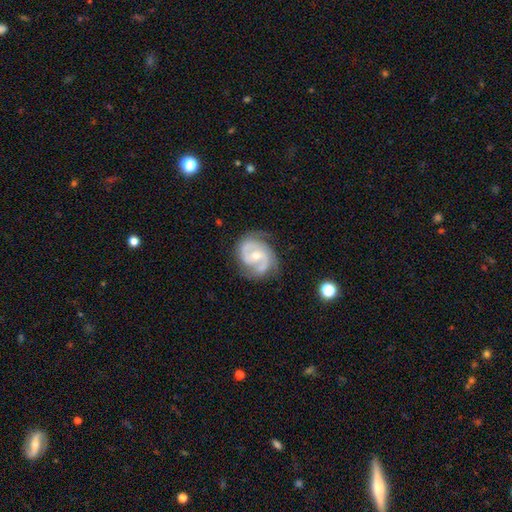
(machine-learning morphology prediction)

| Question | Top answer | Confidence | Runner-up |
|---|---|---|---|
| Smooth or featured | featured or disk | 87% | smooth (8%) |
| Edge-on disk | no | 98% | yes (2%) |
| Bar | no | 51% | weak (39%) |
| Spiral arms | yes | 96% | no (4%) |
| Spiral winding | medium | 50% | tight (38%) |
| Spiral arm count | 2 | 82% | 3 (7%) |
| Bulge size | moderate | 53% | small (43%) |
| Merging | none | 71% | minor disturbance (20%) |